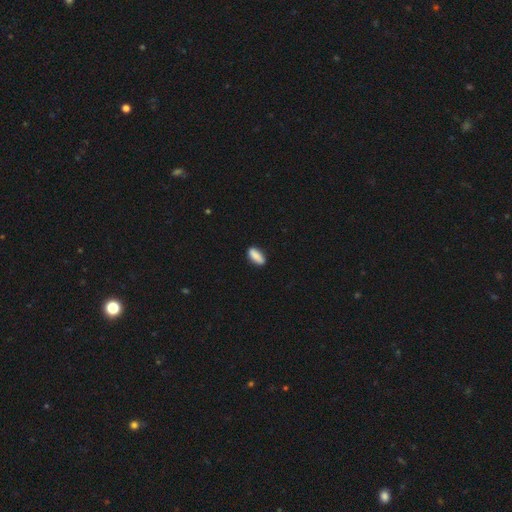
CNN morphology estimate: Overall: smooth (88%). How rounded: in between (76%). Merging: none (85%).